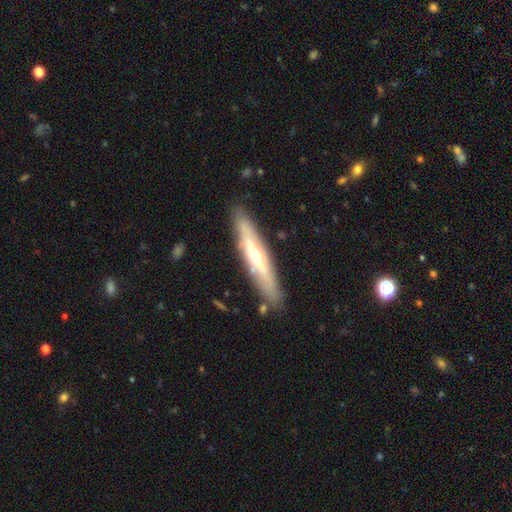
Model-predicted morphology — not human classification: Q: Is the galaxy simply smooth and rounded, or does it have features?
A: featured or disk — 67%.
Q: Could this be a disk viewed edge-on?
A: yes — 82%.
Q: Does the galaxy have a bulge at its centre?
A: rounded — 84%.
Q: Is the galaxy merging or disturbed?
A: none — 86%.